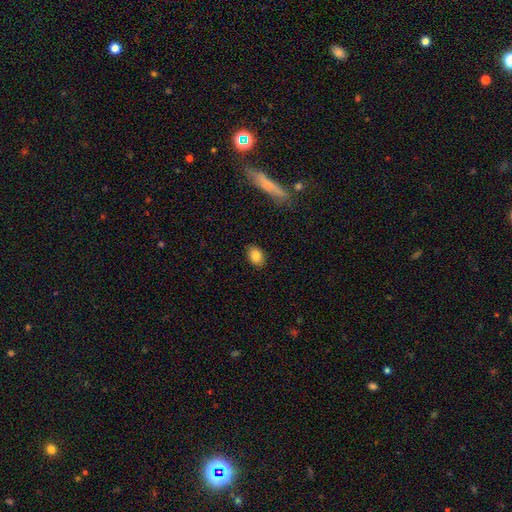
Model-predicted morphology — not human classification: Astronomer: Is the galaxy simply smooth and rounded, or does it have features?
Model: smooth — 85%.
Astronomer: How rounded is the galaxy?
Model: in between — 71%.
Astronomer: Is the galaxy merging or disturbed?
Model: none — 87%.